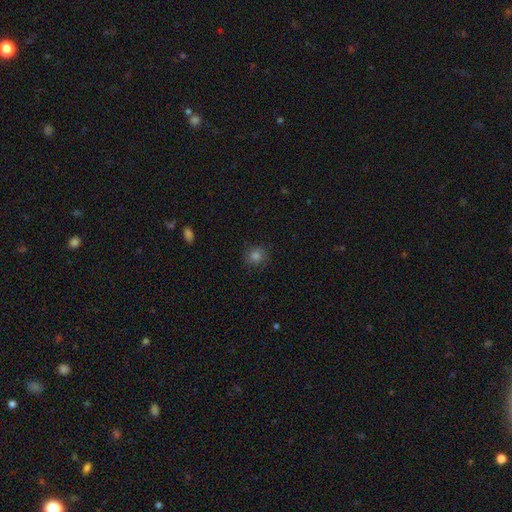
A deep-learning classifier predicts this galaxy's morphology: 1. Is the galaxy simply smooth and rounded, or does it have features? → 76% smooth, 17% star or artifact, 7% featured or disk.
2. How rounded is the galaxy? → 88% round, 11% in between, 1% cigar-shaped.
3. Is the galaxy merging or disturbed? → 87% none, 9% minor disturbance, 3% major disturbance, 1% merger.